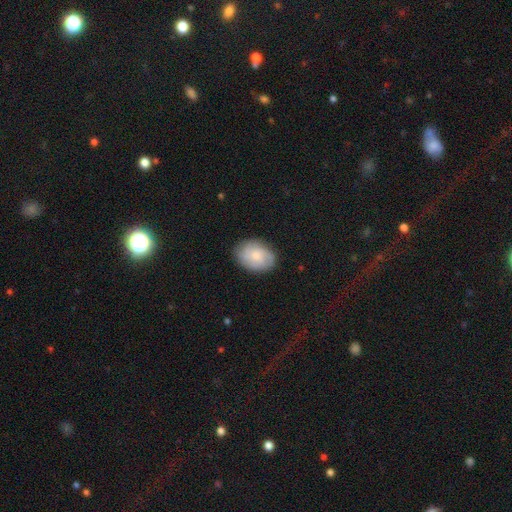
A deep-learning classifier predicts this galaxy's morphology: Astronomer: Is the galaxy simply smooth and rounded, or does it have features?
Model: smooth — 54% (runner-up: featured or disk, 39%).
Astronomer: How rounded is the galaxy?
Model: in between — 72%.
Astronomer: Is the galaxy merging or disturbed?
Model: none — 80%.